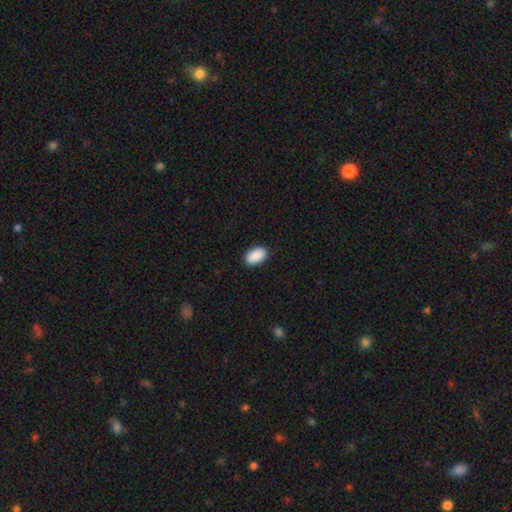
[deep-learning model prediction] smooth 90%, star or artifact 7%, featured or disk 3%. Down the decision tree: how rounded — in between (92%); merging — none (88%).